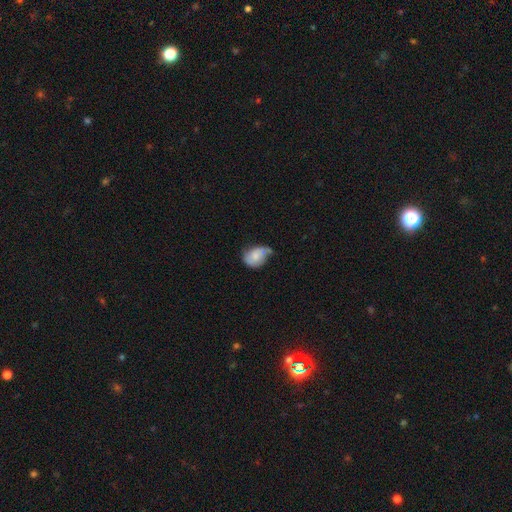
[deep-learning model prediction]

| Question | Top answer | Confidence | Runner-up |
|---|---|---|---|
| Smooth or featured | smooth | 58% | featured or disk (34%) |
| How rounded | in between | 69% | round (29%) |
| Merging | minor disturbance | 41% | none (34%) |